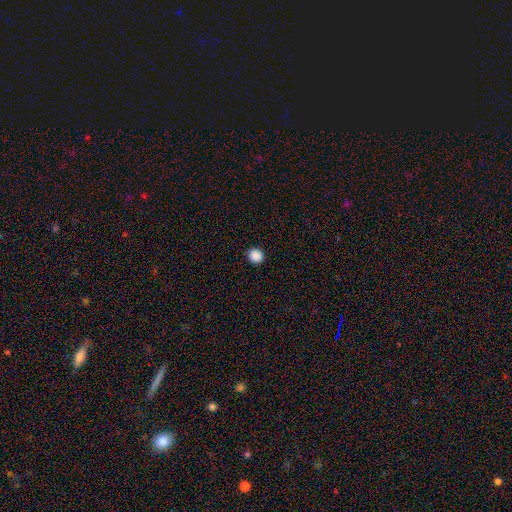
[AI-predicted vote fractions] Overall: smooth (88%). How rounded: round (88%). Merging: none (93%).